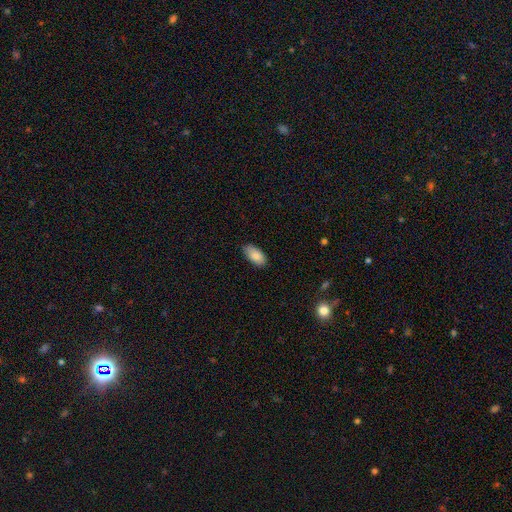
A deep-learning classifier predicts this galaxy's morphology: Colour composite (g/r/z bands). It shows a smooth galaxy with no disk features (86%) that is in between round and cigar-shaped (94%). Merging: none (84%).